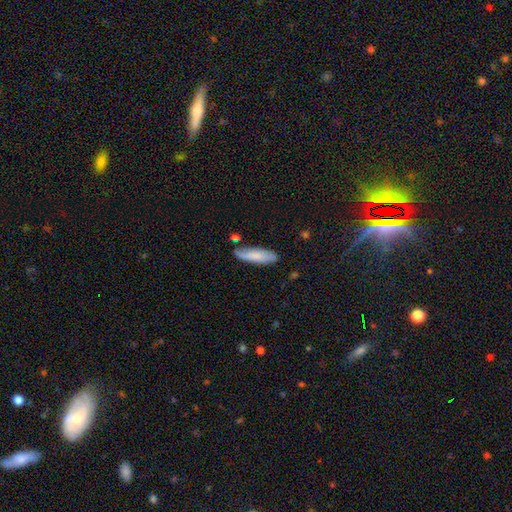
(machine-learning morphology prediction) This appears to be a smooth galaxy with no disk features (75%) that is cigar-shaped (56%). Merging: none (72%).